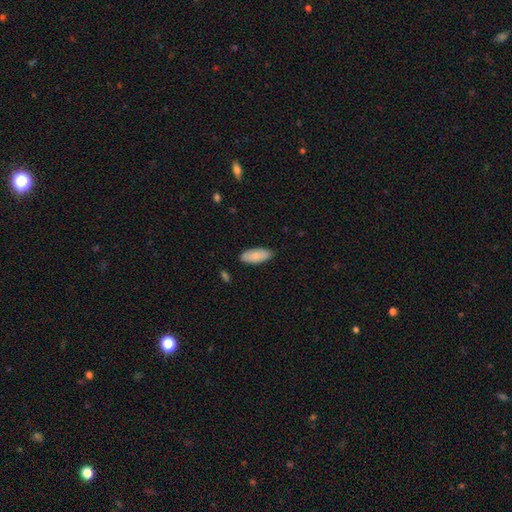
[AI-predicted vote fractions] This appears to be a smooth galaxy with no disk features (80%) that is in between round and cigar-shaped (89%). Merging: none (82%).